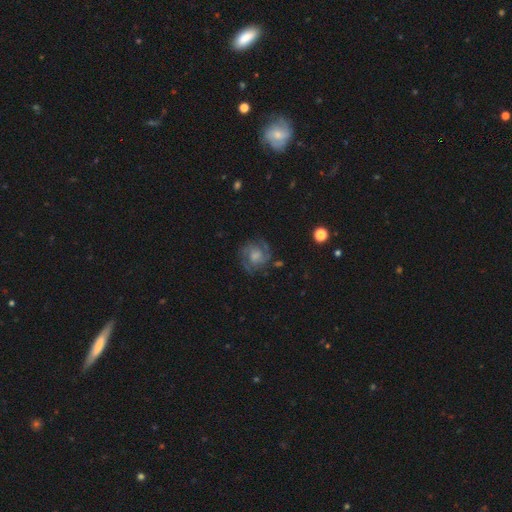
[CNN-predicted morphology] smooth_or_featured: featured or disk (p=0.77) [alt: smooth p=0.16]
disk_edge_on: no (p=0.98) [alt: yes p=0.02]
bar: no (p=0.61) [alt: weak p=0.33]
has_spiral_arms: yes (p=0.94) [alt: no p=0.06]
spiral_winding: tight (p=0.45) [alt: medium p=0.43]
spiral_arm_count: 2 (p=0.53) [alt: 3 p=0.20]
bulge_size: moderate (p=0.35) [alt: small p=0.26]
merging: none (p=0.73) [alt: minor disturbance p=0.16]